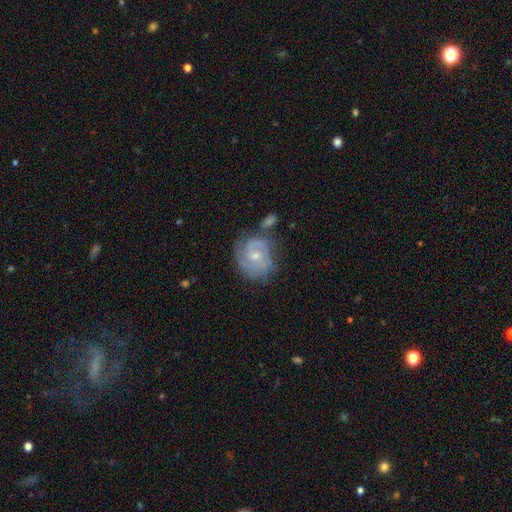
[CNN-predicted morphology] Smooth or featured: featured or disk — 80% (smooth — 14%)
Edge-on disk: no — 98% (yes — 2%)
Bar: no — 59% (weak — 35%)
Spiral arms: yes — 93% (no — 7%)
Spiral winding: tight — 59% (medium — 33%)
Spiral arm count: 2 — 53% (can't tell — 21%)
Bulge size: small — 54% (moderate — 42%)
Merging: none — 58% (minor disturbance — 22%)